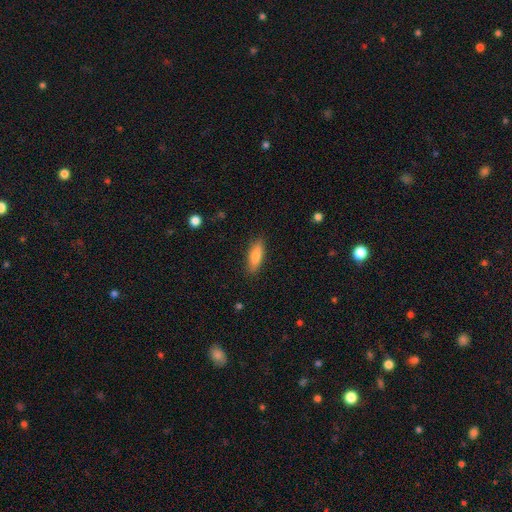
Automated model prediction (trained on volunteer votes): A smooth galaxy with no disk features (80%) that is in between round and cigar-shaped (58%).

Vote fractions:
- Smooth or featured? smooth: 80% / featured or disk: 14% / star or artifact: 6%
- How rounded? in between: 58% / cigar-shaped: 40% / round: 2%
- Merging? none: 86% / minor disturbance: 11% / major disturbance: 2% / merger: 1%